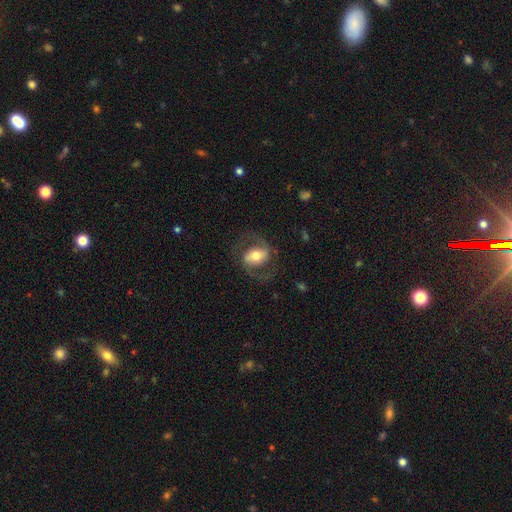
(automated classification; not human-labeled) Smooth or featured?
  - featured or disk: 72% *
  - smooth: 22%
  - star or artifact: 6%
Edge-on disk?
  - no: 96% *
  - yes: 4%
Bar?
  - strong: 37% *
  - weak: 36%
  - no: 26%
Spiral arms?
  - yes: 88% *
  - no: 12%
Spiral winding?
  - medium: 55% *
  - loose: 29%
  - tight: 16%
Spiral arm count?
  - 2: 90% *
  - can't tell: 4%
  - 1: 3%
  - 3: 1%
  - 4: 1%
  - more than 4: 1%
Bulge size?
  - moderate: 64% *
  - large: 17%
  - small: 16%
  - dominant: 2%
  - none: 1%
Merging?
  - none: 72% *
  - minor disturbance: 15%
  - major disturbance: 12%
  - merger: 1%